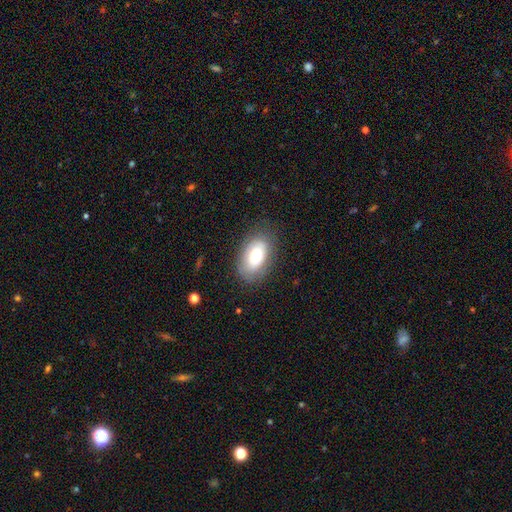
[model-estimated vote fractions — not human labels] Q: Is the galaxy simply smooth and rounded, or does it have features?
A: smooth — 71%.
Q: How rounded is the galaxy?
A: in between — 91%.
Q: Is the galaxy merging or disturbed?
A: none — 78%.